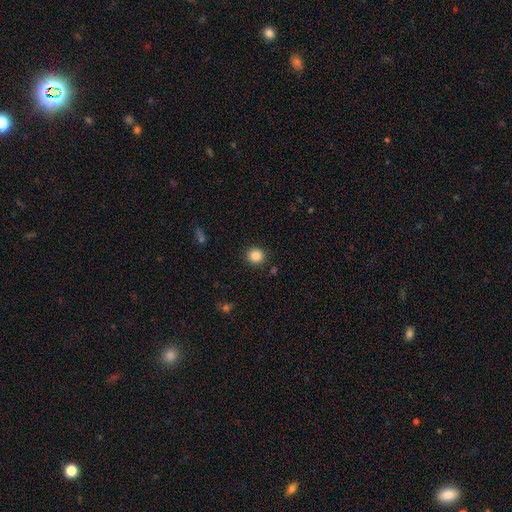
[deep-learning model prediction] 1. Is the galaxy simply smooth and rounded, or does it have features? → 86% smooth, 10% star or artifact, 3% featured or disk.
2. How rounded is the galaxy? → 92% round, 7% in between, 1% cigar-shaped.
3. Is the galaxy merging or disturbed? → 89% none, 7% minor disturbance, 2% major disturbance, 2% merger.